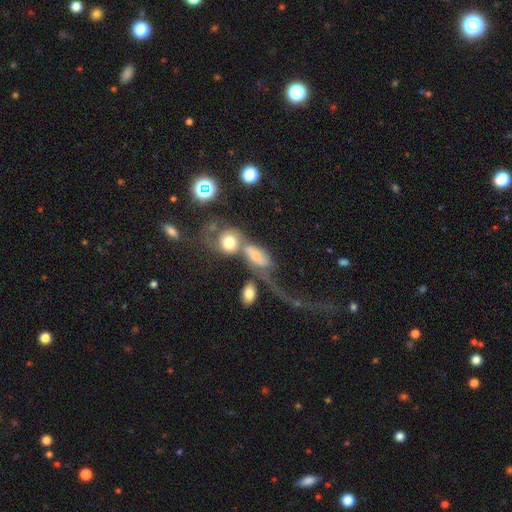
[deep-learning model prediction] Smooth or featured: smooth — 57% (featured or disk — 31%)
How rounded: in between — 73% (round — 20%)
Merging: merger — 59% (major disturbance — 20%)